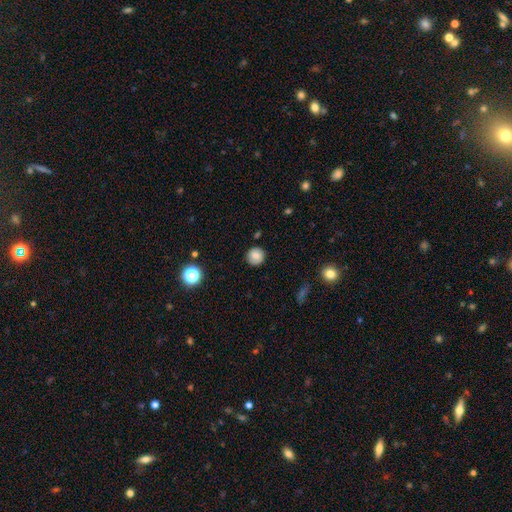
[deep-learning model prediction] smooth_or_featured: smooth (p=0.79) [alt: featured or disk p=0.11]
how_rounded: round (p=0.93) [alt: in between p=0.06]
merging: none (p=0.87) [alt: minor disturbance p=0.10]